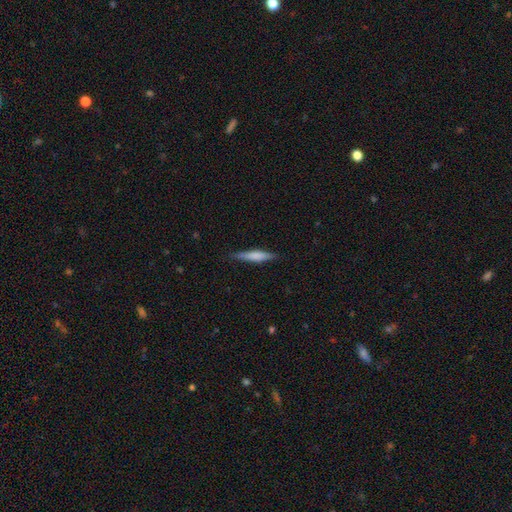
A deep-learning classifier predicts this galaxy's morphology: type=smooth (59%); roundness=cigar-shaped (87%); merging=none (85%).